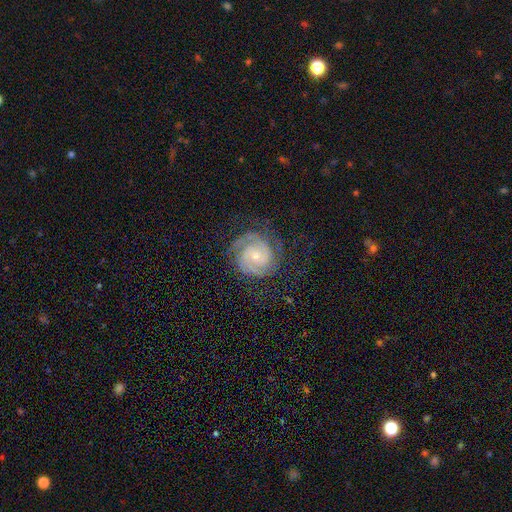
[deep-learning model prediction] smooth_or_featured: featured or disk (p=0.87) [alt: smooth p=0.08]
disk_edge_on: no (p=0.98) [alt: yes p=0.02]
bar: no (p=0.68) [alt: weak p=0.27]
has_spiral_arms: yes (p=0.97) [alt: no p=0.03]
spiral_winding: tight (p=0.68) [alt: medium p=0.27]
spiral_arm_count: 2 (p=0.55) [alt: 3 p=0.18]
bulge_size: small (p=0.66) [alt: moderate p=0.30]
merging: none (p=0.73) [alt: minor disturbance p=0.17]